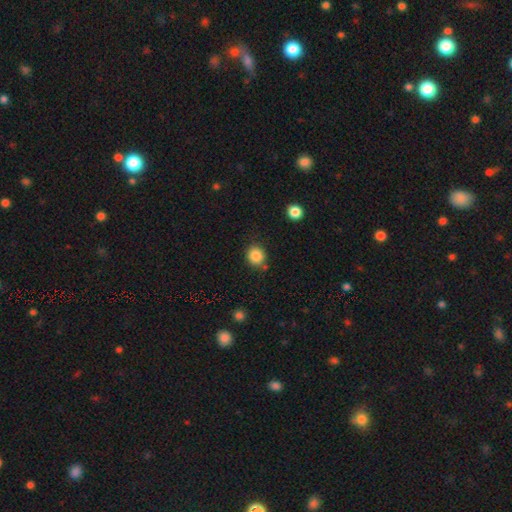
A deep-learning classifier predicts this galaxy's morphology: Q: Smooth or featured?
A: smooth (86%); runner-up: star or artifact (10%)
Q: How rounded?
A: round (86%); runner-up: in between (13%)
Q: Merging?
A: none (81%); runner-up: minor disturbance (11%)